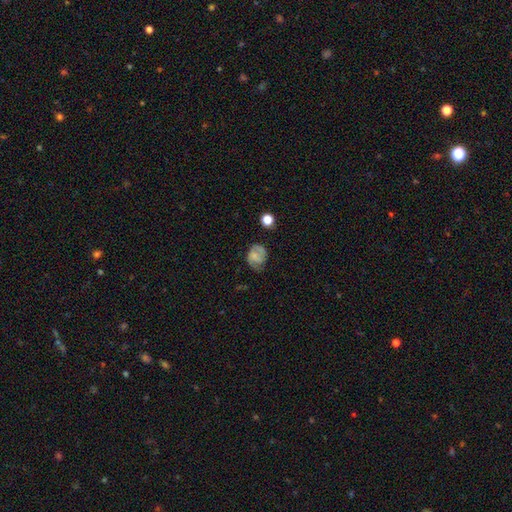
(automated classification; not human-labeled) This appears to be a smooth galaxy with no disk features (47%). Merging: none (52%).